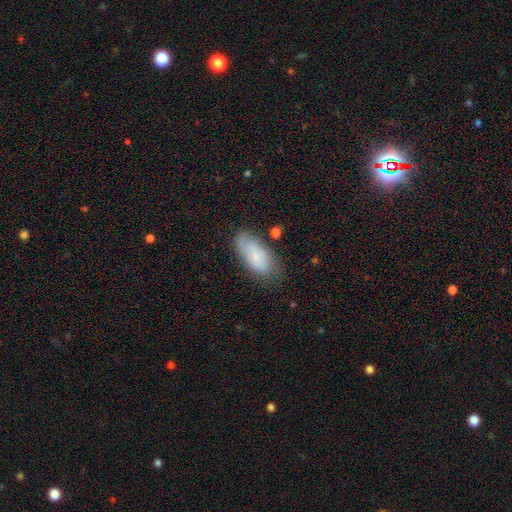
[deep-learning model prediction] Overall: smooth (69%). How rounded: in between (90%). Merging: none (65%; minor disturbance 25%).